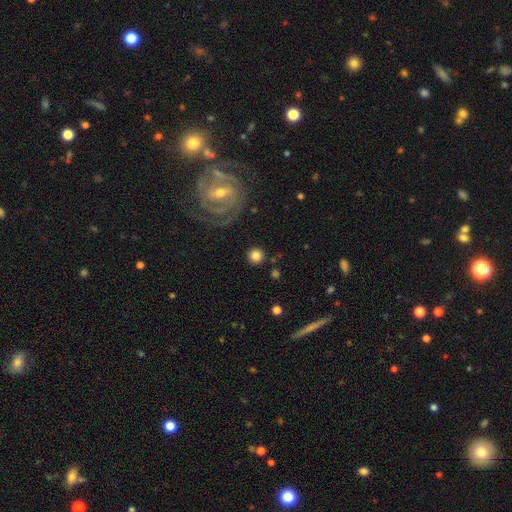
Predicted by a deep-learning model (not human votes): smooth_or_featured: smooth (p=0.79) [alt: featured or disk p=0.12]
how_rounded: round (p=0.94) [alt: in between p=0.05]
merging: none (p=0.88) [alt: minor disturbance p=0.06]